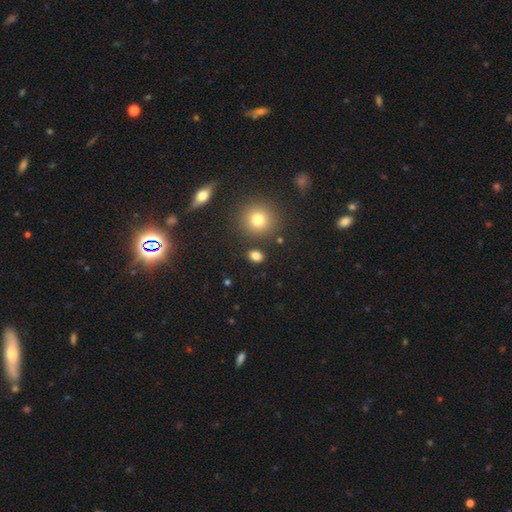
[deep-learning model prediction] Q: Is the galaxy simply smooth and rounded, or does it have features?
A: smooth — 80%.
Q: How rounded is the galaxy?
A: in between — 64%.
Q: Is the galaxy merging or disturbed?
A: none — 85%.